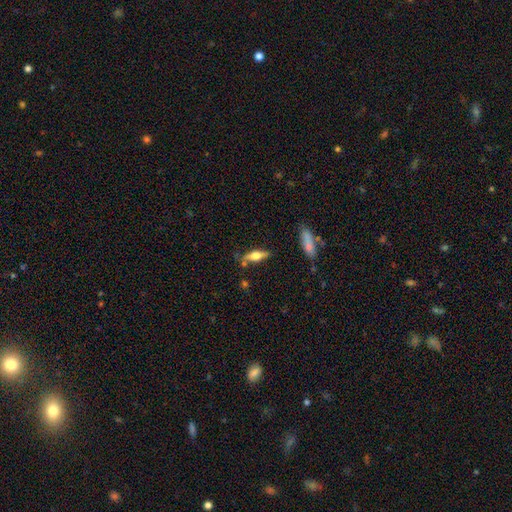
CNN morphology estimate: Smooth or featured?
  - featured or disk: 49% *
  - smooth: 44%
  - star or artifact: 7%
Merging?
  - none: 74% *
  - minor disturbance: 15%
  - merger: 7%
  - major disturbance: 4%